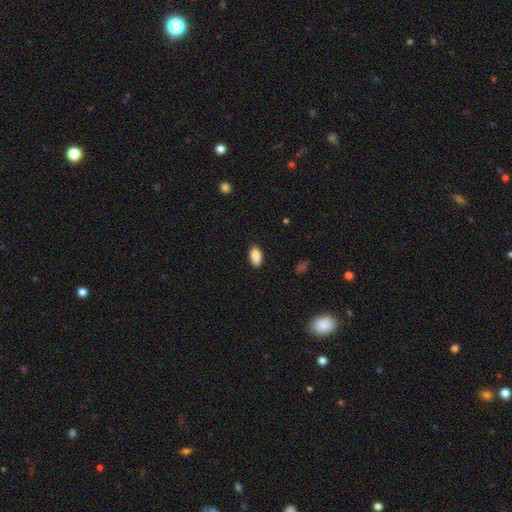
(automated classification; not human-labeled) smooth 89%, star or artifact 7%, featured or disk 4%. Down the decision tree: how rounded — in between (92%); merging — none (86%).